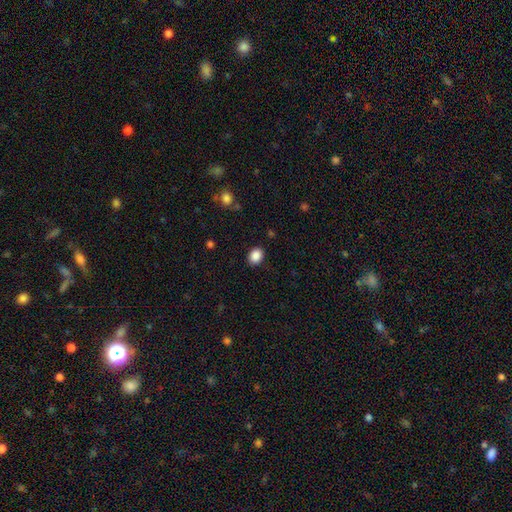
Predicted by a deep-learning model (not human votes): smooth_or_featured: smooth (p=0.89) [alt: star or artifact p=0.09]
how_rounded: in between (p=0.62) [alt: round p=0.38]
merging: none (p=0.89) [alt: minor disturbance p=0.08]